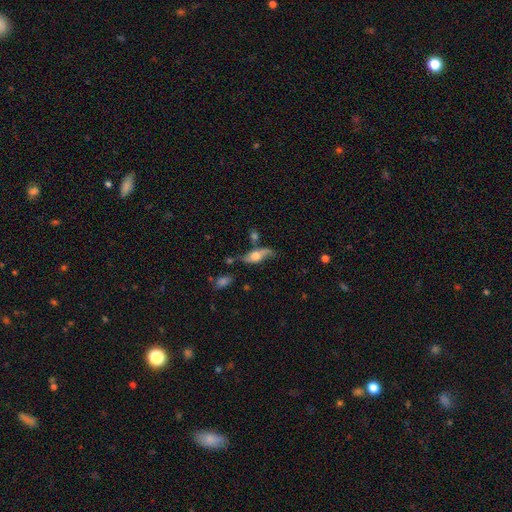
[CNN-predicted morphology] type=featured or disk (57%); edge-on=no (67%); merging=none (45%).